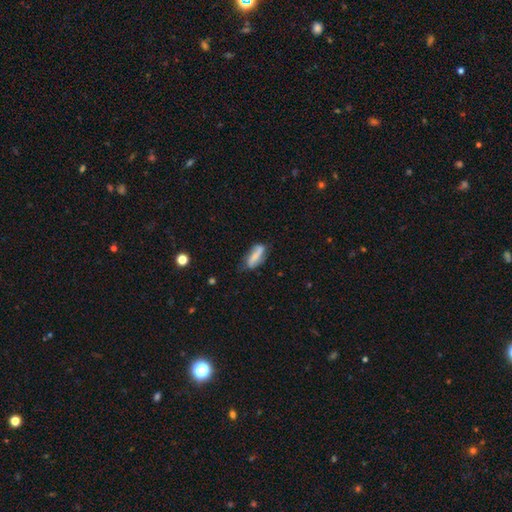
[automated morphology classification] Smooth or featured? smooth (58%)
How rounded? in between (61%)
Merging? none (60%)